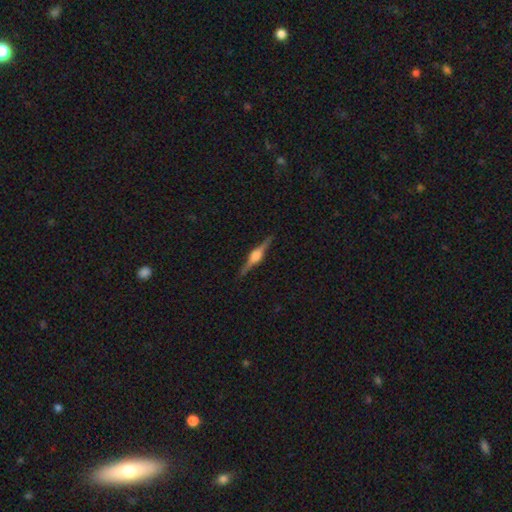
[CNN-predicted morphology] Smooth or featured? Predicted: featured or disk (p=0.85). Edge-on disk? Predicted: yes (p=0.98). Edge-on bulge? Predicted: rounded (p=0.89). Merging? Predicted: none (p=0.91).